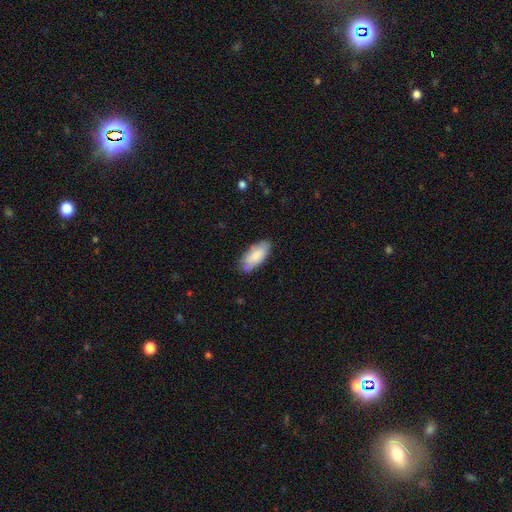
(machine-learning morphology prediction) Overall: smooth (79%). How rounded: in between (88%). Merging: none (72%).